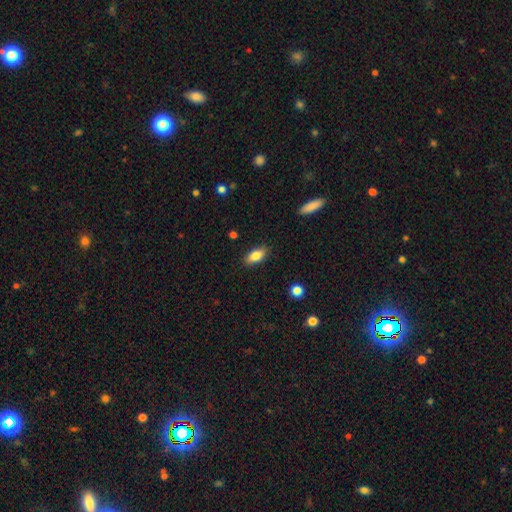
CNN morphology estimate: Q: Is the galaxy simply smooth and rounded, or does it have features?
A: smooth — 82%.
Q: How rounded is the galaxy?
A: in between — 87%.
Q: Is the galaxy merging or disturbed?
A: none — 87%.